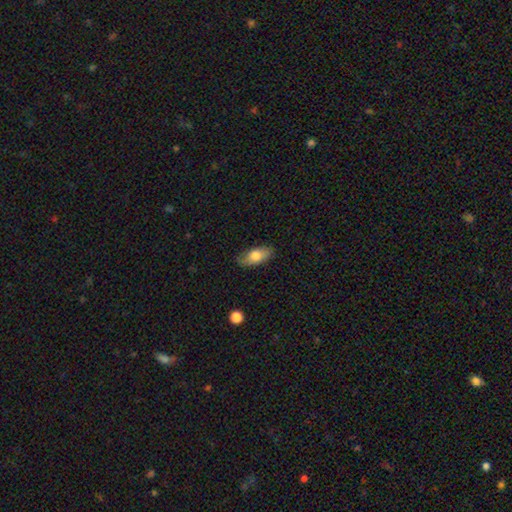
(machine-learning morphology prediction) Q: Smooth or featured?
A: smooth (75%); runner-up: featured or disk (18%)
Q: How rounded?
A: in between (88%); runner-up: cigar-shaped (9%)
Q: Merging?
A: none (81%); runner-up: minor disturbance (15%)